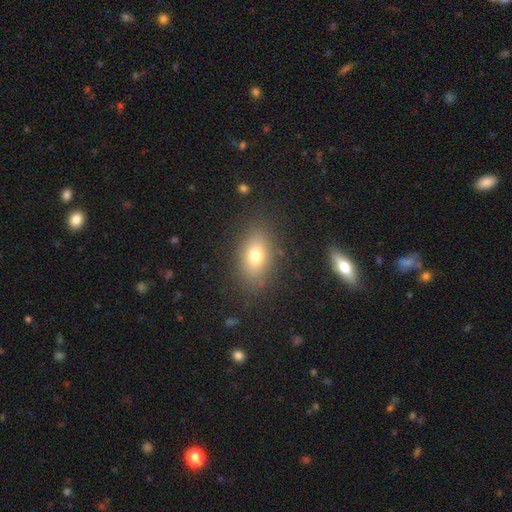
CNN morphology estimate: A smooth galaxy with no disk features (73%) that is in between round and cigar-shaped (80%).

Vote fractions:
- Smooth or featured? smooth: 73% / featured or disk: 15% / star or artifact: 12%
- How rounded? in between: 80% / round: 17% / cigar-shaped: 3%
- Merging? none: 82% / minor disturbance: 11% / major disturbance: 5% / merger: 2%